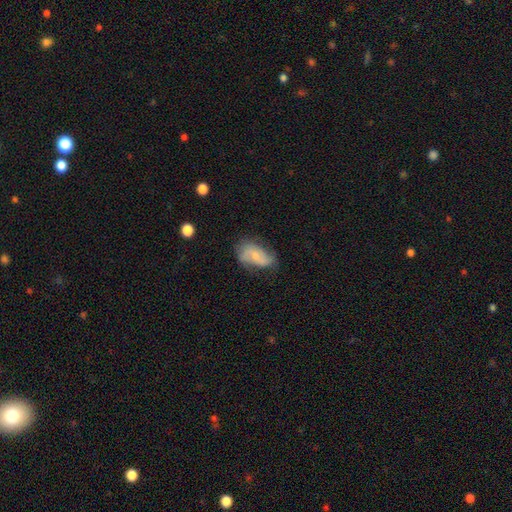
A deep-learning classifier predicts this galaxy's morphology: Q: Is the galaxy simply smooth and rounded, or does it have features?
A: featured or disk — 50%.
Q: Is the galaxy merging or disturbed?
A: none — 52%.